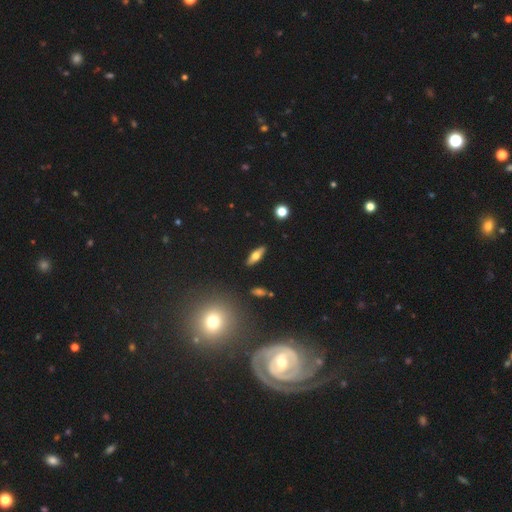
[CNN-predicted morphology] type=smooth (51%); roundness=in between (57%); merging=none (89%).